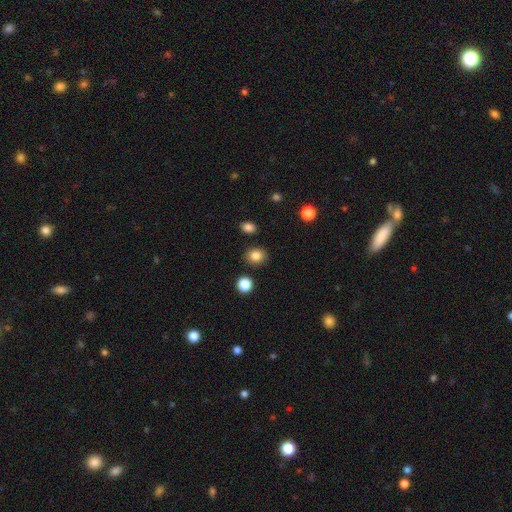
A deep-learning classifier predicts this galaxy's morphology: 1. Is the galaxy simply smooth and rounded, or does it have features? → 84% smooth, 11% star or artifact, 5% featured or disk.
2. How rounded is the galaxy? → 68% round, 31% in between, 1% cigar-shaped.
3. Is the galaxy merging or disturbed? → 87% none, 7% minor disturbance, 3% merger, 2% major disturbance.